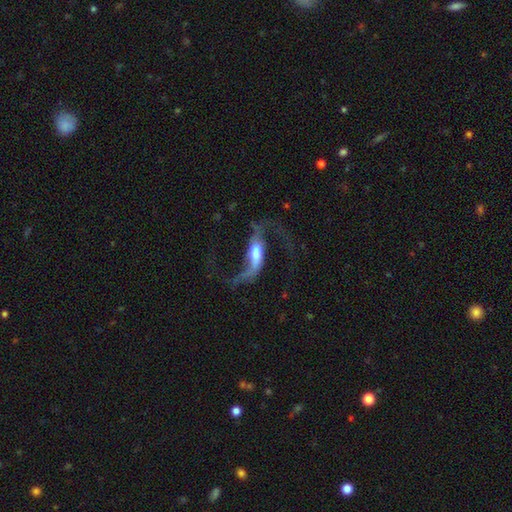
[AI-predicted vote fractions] The model was most divided on "bar": strong: 38%, weak: 36%, no: 26%. Remaining: spiral winding — loose (89%); spiral arms — yes (87%); edge-on disk — no (85%); spiral arm count — 2 (84%); smooth or featured — featured or disk (74%); bulge size — moderate (41%); merging — none (40%).